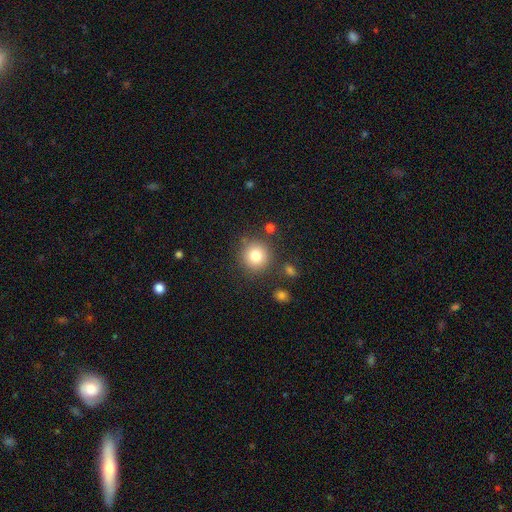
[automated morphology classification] Smooth or featured?
  - smooth: 81% *
  - star or artifact: 11%
  - featured or disk: 8%
How rounded?
  - round: 93% *
  - in between: 6%
  - cigar-shaped: 1%
Merging?
  - none: 83% *
  - minor disturbance: 10%
  - merger: 4%
  - major disturbance: 3%